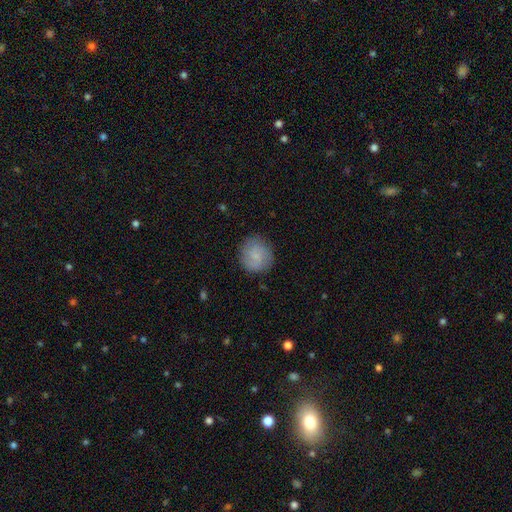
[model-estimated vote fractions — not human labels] This appears to be a smooth galaxy with no disk features (68%) that is round (87%). Merging: none (83%).